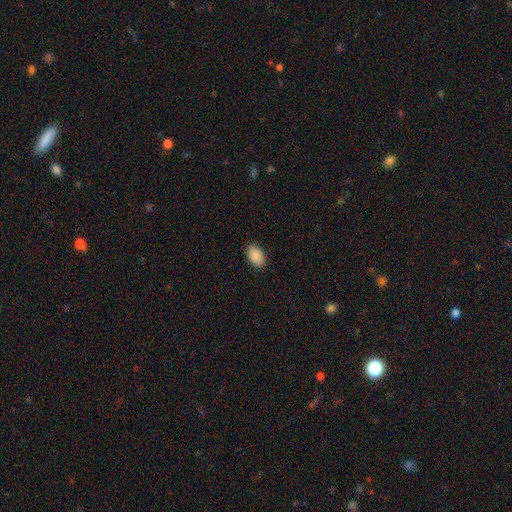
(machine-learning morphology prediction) Smooth or featured? smooth (91%)
How rounded? in between (92%)
Merging? none (89%)